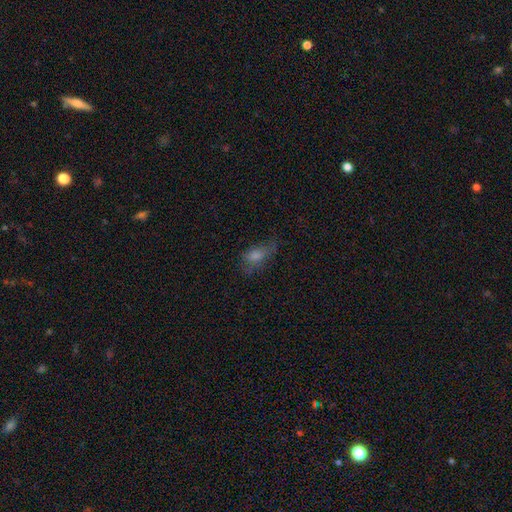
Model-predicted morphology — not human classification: smooth 57%, featured or disk 26%, star or artifact 17%. Down the decision tree: how rounded — in between (78%); merging — none (48%).